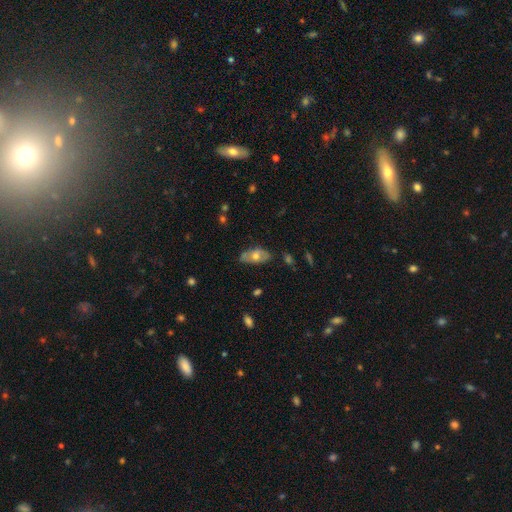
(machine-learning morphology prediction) Smooth or featured? smooth (54%)
How rounded? in between (90%)
Merging? none (63%)